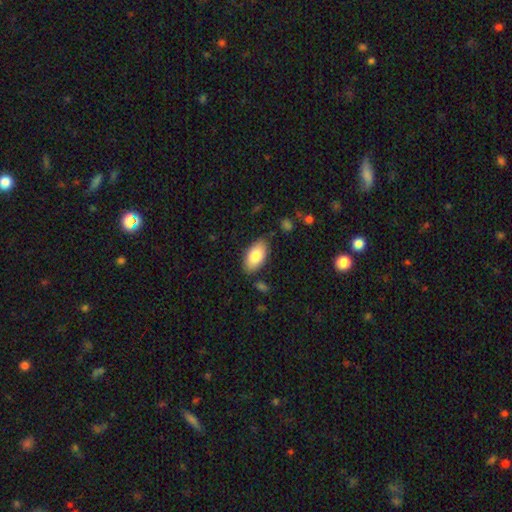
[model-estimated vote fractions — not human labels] This appears to be a smooth galaxy with no disk features (81%) that is in between round and cigar-shaped (94%). Merging: none (84%).